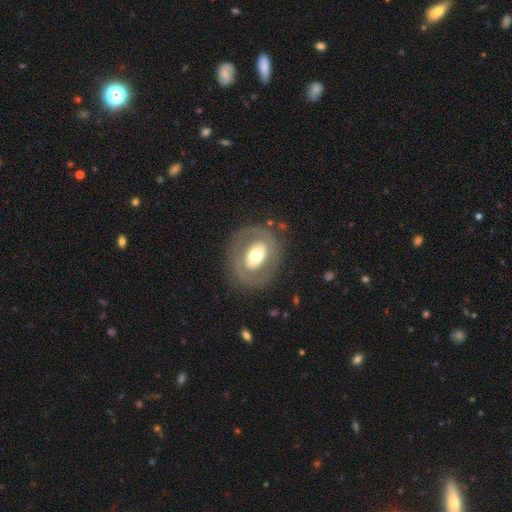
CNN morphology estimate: This appears to be a featured or disk galaxy (55%) with no bar (72%), no spiral arms (83%) and a moderate central bulge (59%). Merging: none (80%).